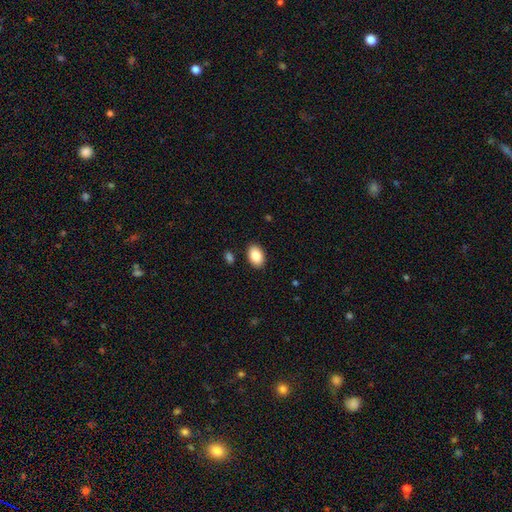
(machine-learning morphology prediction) Smooth or featured: smooth — 86% (star or artifact — 7%)
How rounded: in between — 89% (round — 10%)
Merging: none — 88% (minor disturbance — 8%)